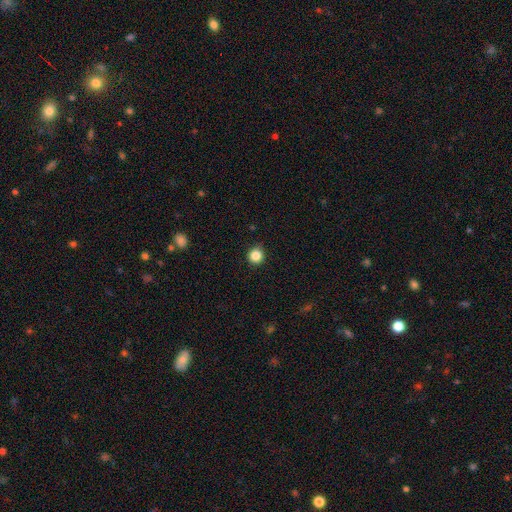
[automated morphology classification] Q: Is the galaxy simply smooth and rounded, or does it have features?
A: smooth — 85%.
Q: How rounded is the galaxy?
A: round — 93%.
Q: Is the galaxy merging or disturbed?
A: none — 88%.